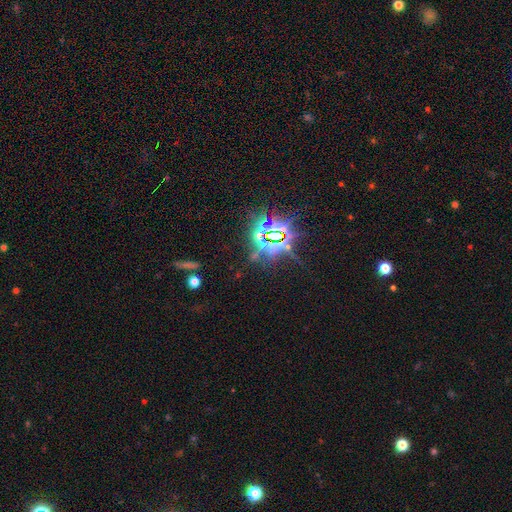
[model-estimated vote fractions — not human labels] This is clearly a star or artifact rather than a galaxy (83%).